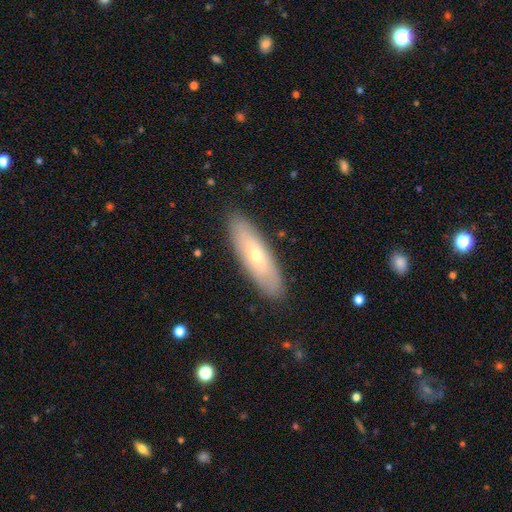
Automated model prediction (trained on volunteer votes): smooth_or_featured: smooth (p=0.55) [alt: featured or disk p=0.39]
how_rounded: cigar-shaped (p=0.55) [alt: in between p=0.43]
merging: none (p=0.88) [alt: minor disturbance p=0.09]